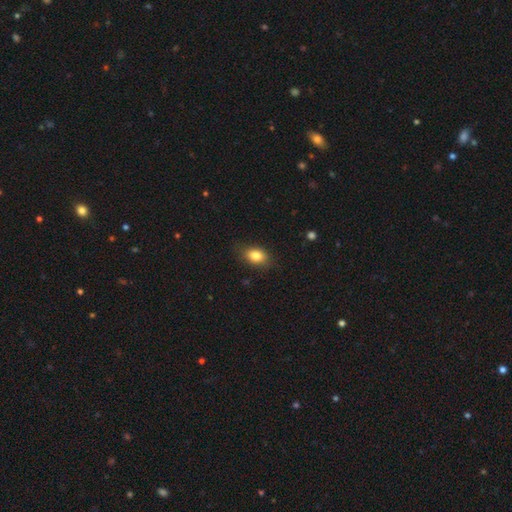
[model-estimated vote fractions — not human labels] smooth-or-featured: smooth: 84% | star or artifact: 9% | featured or disk: 8%
  how-rounded: in between: 82% | round: 16% | cigar-shaped: 2%
  merging: none: 82% | minor disturbance: 14% | major disturbance: 3% | merger: 1%